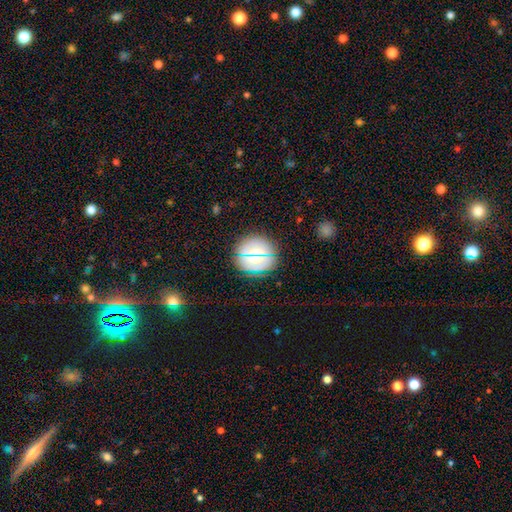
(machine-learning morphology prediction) Smooth or featured?
  - smooth: 64% *
  - star or artifact: 19%
  - featured or disk: 17%
How rounded?
  - round: 85% *
  - in between: 14%
  - cigar-shaped: 1%
Merging?
  - none: 86% *
  - minor disturbance: 10%
  - major disturbance: 3%
  - merger: 2%